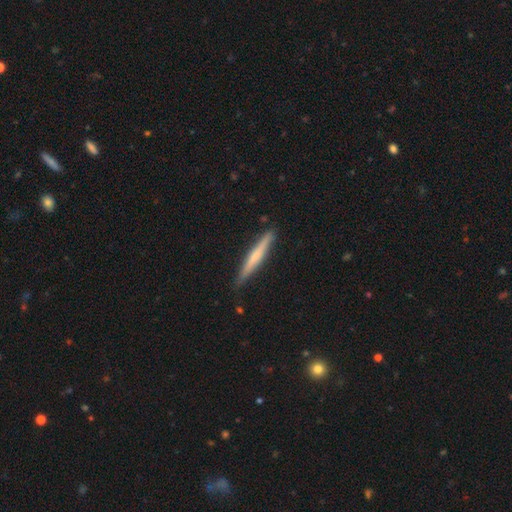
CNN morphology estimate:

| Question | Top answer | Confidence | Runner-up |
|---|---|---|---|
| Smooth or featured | smooth | 54% | featured or disk (41%) |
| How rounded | cigar-shaped | 96% | in between (3%) |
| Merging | none | 87% | minor disturbance (10%) |